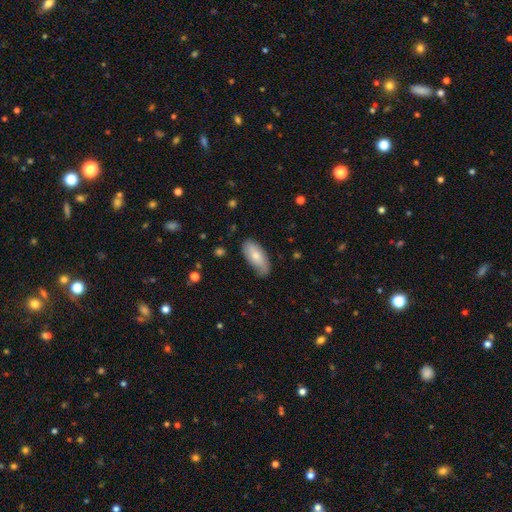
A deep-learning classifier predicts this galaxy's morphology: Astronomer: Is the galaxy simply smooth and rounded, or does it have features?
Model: smooth — 70%.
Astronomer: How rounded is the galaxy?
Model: in between — 88%.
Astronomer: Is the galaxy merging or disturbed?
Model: none — 69%.